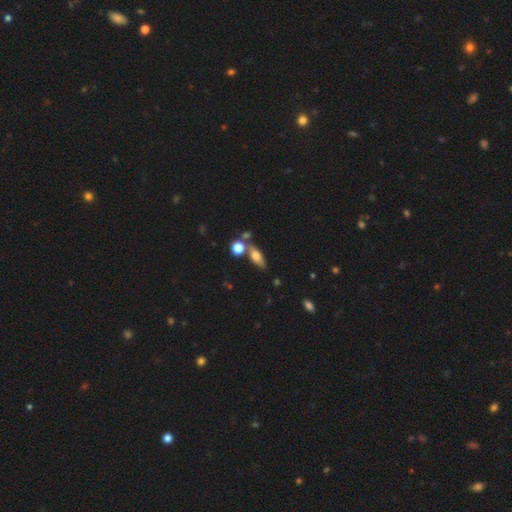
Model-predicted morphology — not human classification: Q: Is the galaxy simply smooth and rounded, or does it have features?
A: smooth — 59%.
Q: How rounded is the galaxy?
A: in between — 62%.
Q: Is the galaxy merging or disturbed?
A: none — 62%.